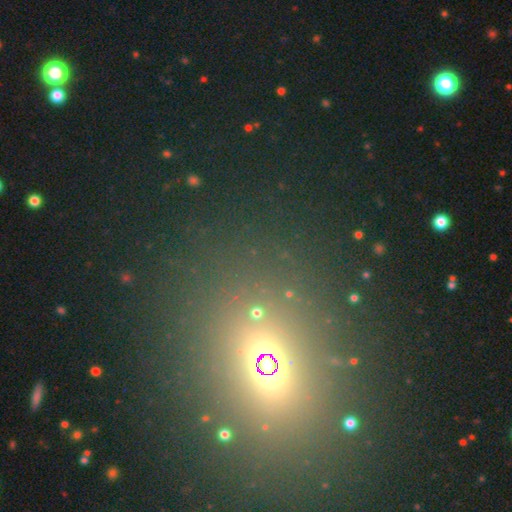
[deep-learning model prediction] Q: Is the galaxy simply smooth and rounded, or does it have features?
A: star or artifact — 58%.